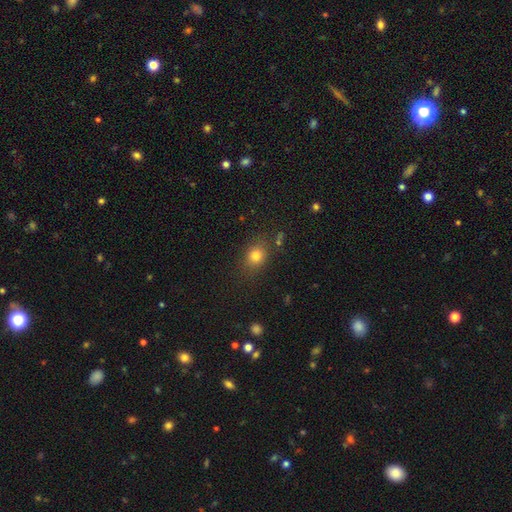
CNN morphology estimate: smooth-or-featured: smooth: 79% | star or artifact: 14% | featured or disk: 8%
  how-rounded: round: 55% | in between: 44% | cigar-shaped: 1%
  merging: none: 80% | minor disturbance: 13% | major disturbance: 4% | merger: 3%